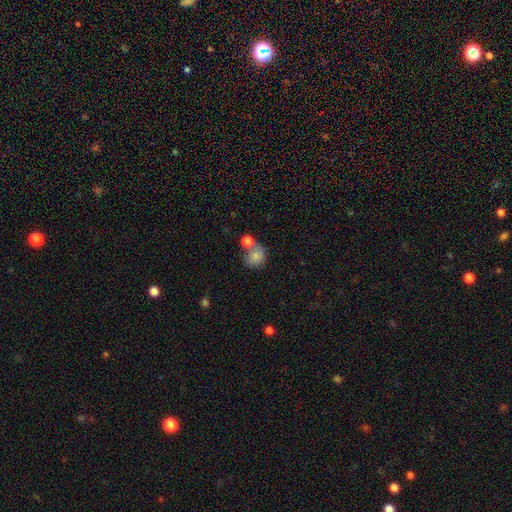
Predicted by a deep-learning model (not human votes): A smooth galaxy with no disk features (80%) that is round (75%). Merging: merger (41%).